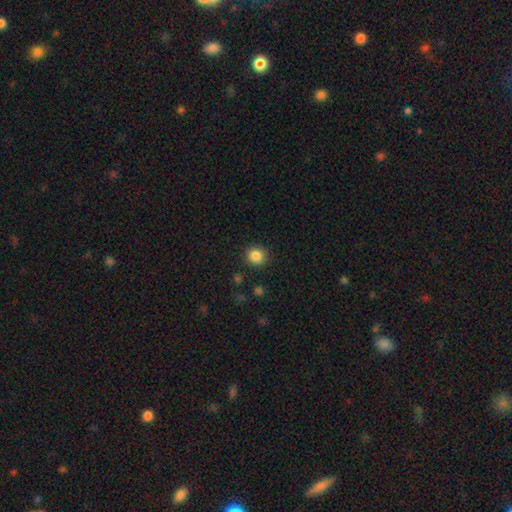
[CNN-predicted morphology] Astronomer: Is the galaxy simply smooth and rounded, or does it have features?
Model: smooth — 86%.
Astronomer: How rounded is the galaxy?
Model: round — 87%.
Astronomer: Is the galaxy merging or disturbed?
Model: none — 89%.